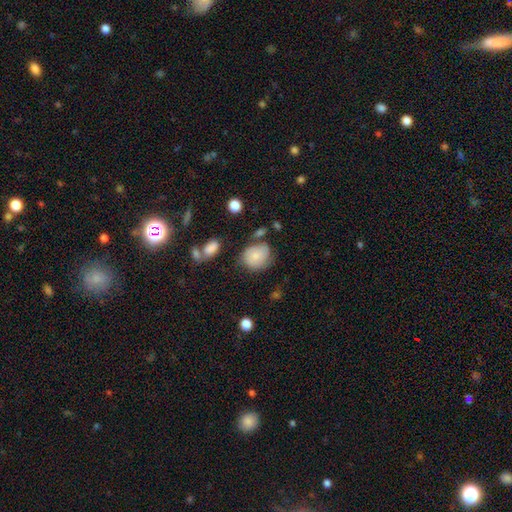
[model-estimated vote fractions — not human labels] A smooth galaxy with no disk features (76%) that is round (60%).

Vote fractions:
- Smooth or featured? smooth: 76% / featured or disk: 16% / star or artifact: 8%
- How rounded? round: 60% / in between: 39% / cigar-shaped: 1%
- Merging? none: 56% / minor disturbance: 26% / major disturbance: 10% / merger: 8%